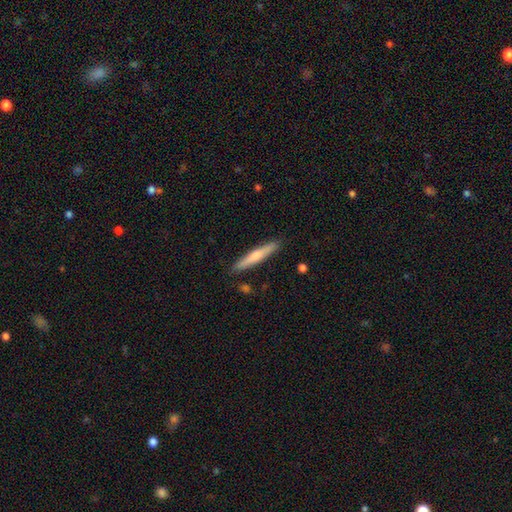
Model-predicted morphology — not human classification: Smooth or featured? Predicted: smooth (p=0.60). How rounded? Predicted: cigar-shaped (p=0.94). Merging? Predicted: none (p=0.89).